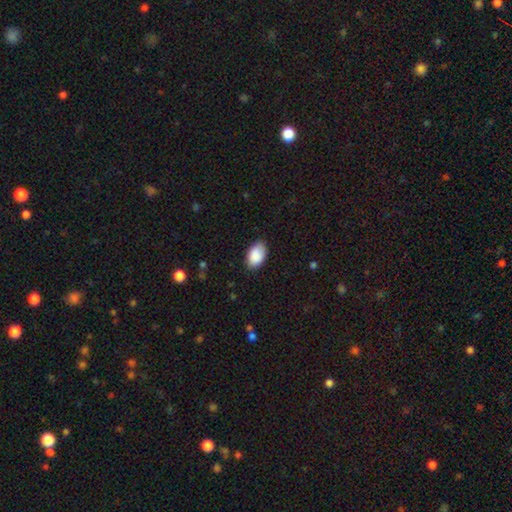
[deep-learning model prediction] Morphology: type=smooth (90%); roundness=in between (93%); merging=none (83%).